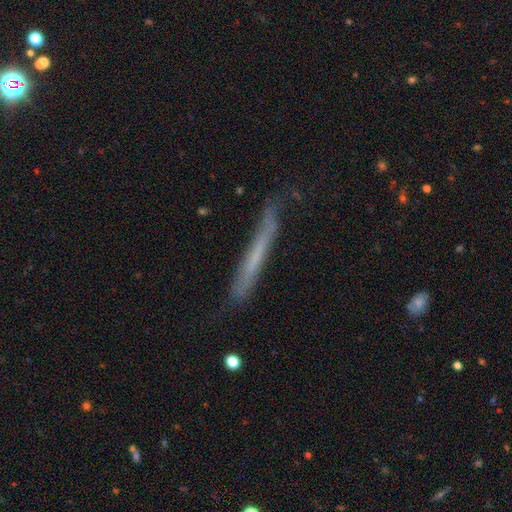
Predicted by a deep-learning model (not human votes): Smooth or featured? smooth (47%)
Merging? none (70%)